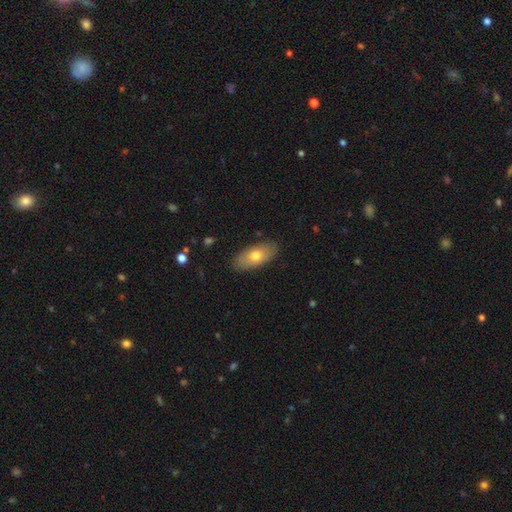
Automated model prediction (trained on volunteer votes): smooth_or_featured: smooth (p=0.70) [alt: featured or disk p=0.24]
how_rounded: in between (p=0.88) [alt: cigar-shaped p=0.09]
merging: none (p=0.86) [alt: minor disturbance p=0.10]